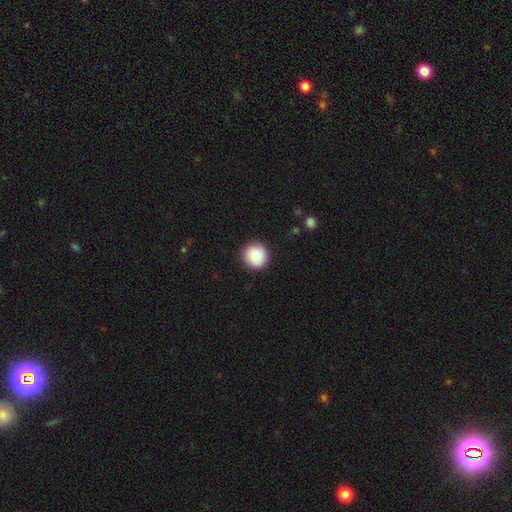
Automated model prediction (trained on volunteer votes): The model was most divided on "smooth or featured": smooth: 89%, star or artifact: 7%, featured or disk: 4%. More confident: how rounded — round (96%); merging — none (92%).